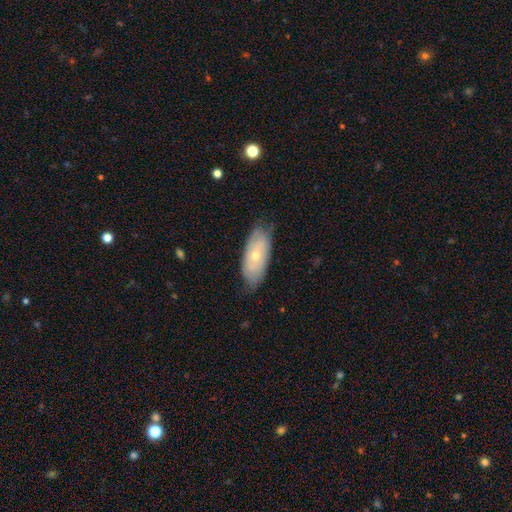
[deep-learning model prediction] Smooth or featured?
  - smooth: 50% *
  - featured or disk: 44%
  - star or artifact: 7%
Merging?
  - none: 76% *
  - minor disturbance: 19%
  - major disturbance: 4%
  - merger: 1%